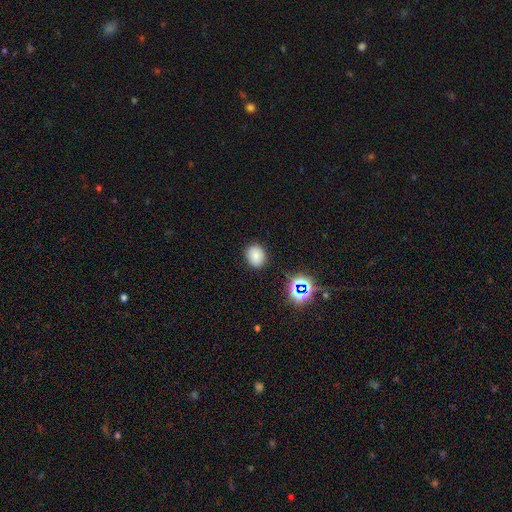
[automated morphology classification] The model was most divided on "how rounded": round: 52%, in between: 47%, cigar-shaped: 1%. More confident: merging — none (86%); smooth or featured — smooth (74%).